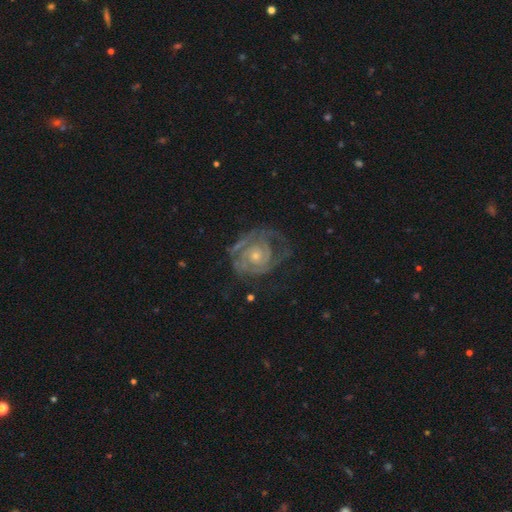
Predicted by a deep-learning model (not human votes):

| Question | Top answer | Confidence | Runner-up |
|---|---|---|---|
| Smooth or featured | featured or disk | 86% | smooth (9%) |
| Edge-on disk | no | 98% | yes (2%) |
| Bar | no | 78% | weak (18%) |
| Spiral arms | yes | 93% | no (7%) |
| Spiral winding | tight | 70% | medium (24%) |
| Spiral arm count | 2 | 40% | can't tell (27%) |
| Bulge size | small | 64% | moderate (31%) |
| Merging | none | 55% | minor disturbance (23%) |